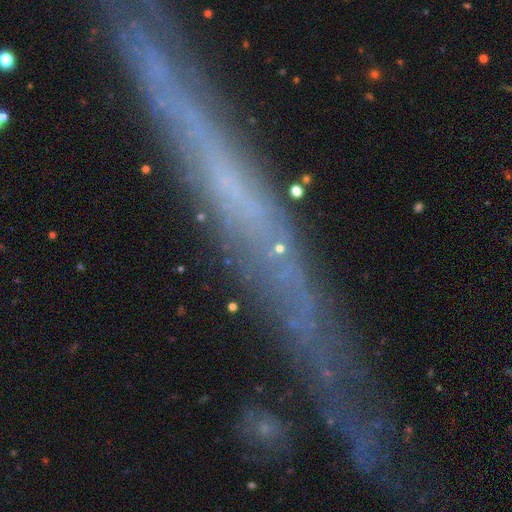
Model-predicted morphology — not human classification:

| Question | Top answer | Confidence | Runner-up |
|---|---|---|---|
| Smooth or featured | featured or disk | 60% | smooth (25%) |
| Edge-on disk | yes | 81% | no (19%) |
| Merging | none | 70% | minor disturbance (18%) |